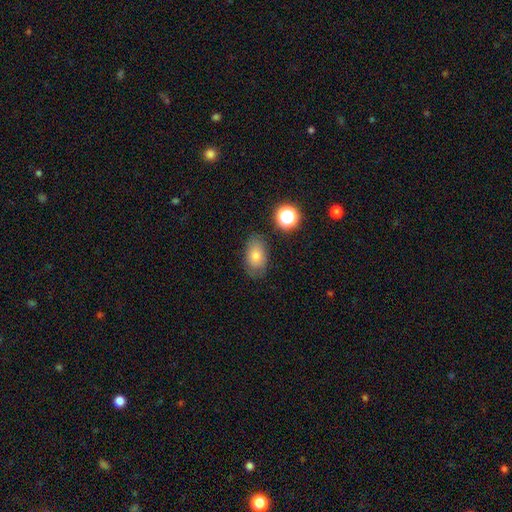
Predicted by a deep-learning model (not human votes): Smooth or featured: smooth — 75% (featured or disk — 14%)
How rounded: in between — 87% (round — 11%)
Merging: none — 78% (minor disturbance — 16%)